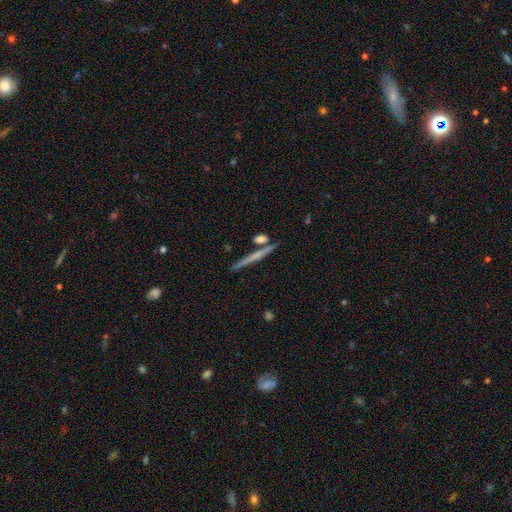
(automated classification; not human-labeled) Morphology: type=featured or disk (56%); edge-on=yes (97%); edge-on bulge=none (64%); merging=none (83%).